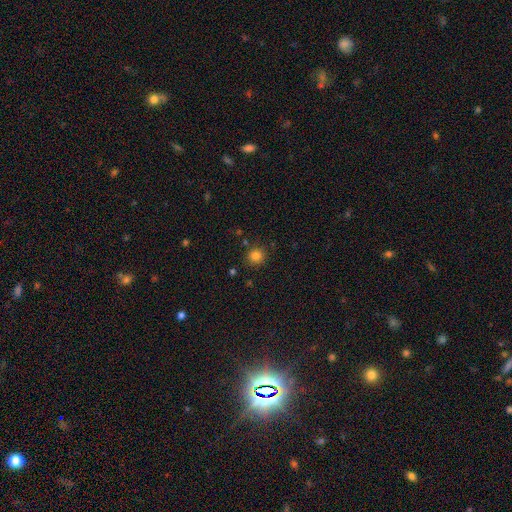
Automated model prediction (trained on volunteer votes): Overall: smooth (82%). How rounded: round (91%). Merging: none (87%).